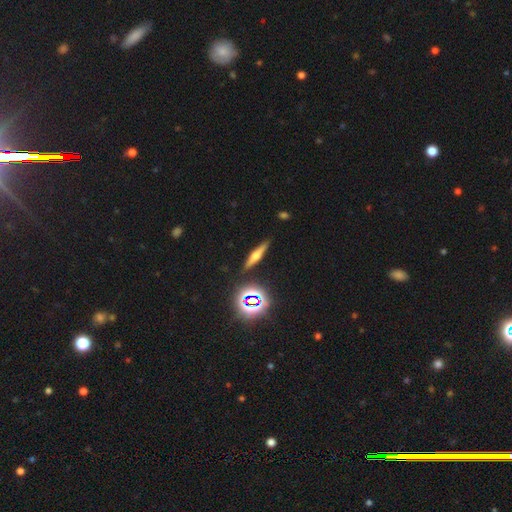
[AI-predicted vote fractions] Morphology: type=featured or disk (51%); edge-on=yes (94%); merging=none (88%).